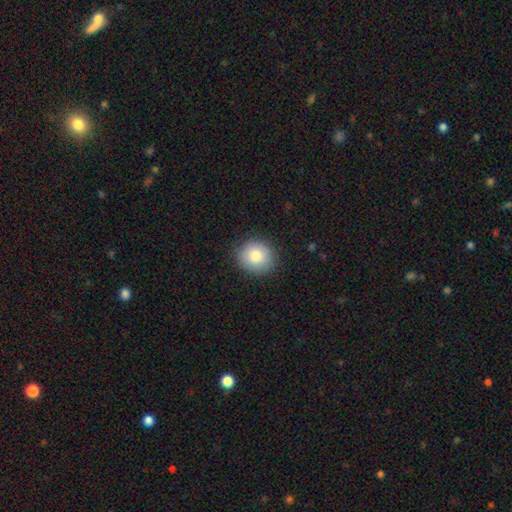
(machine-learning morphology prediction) Smooth or featured? smooth (81%)
How rounded? round (86%)
Merging? none (88%)